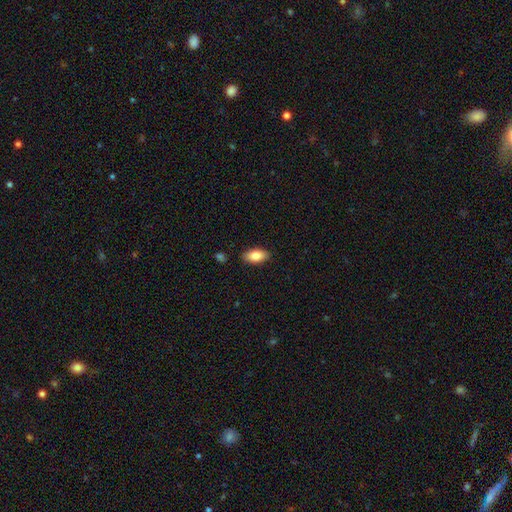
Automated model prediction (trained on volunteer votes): A smooth galaxy with no disk features (84%) that is in between round and cigar-shaped (91%). Merging: none (87%).